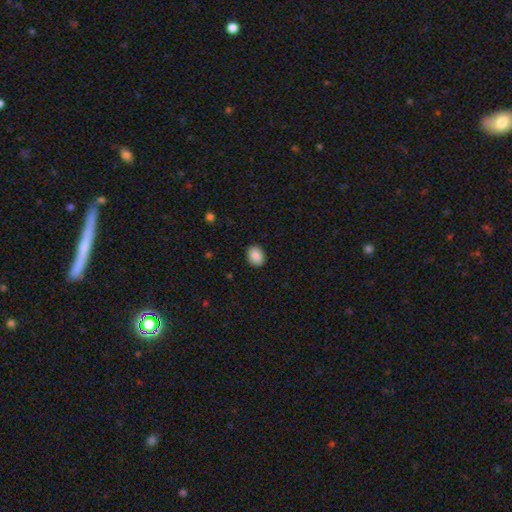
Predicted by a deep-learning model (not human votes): A smooth galaxy with no disk features (89%) that is in between round and cigar-shaped (65%). Merging: none (90%).